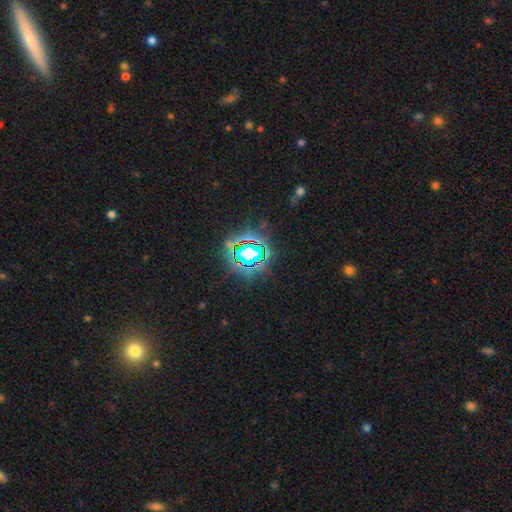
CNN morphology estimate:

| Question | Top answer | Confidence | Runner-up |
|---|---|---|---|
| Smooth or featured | star or artifact | 76% | smooth (14%) |